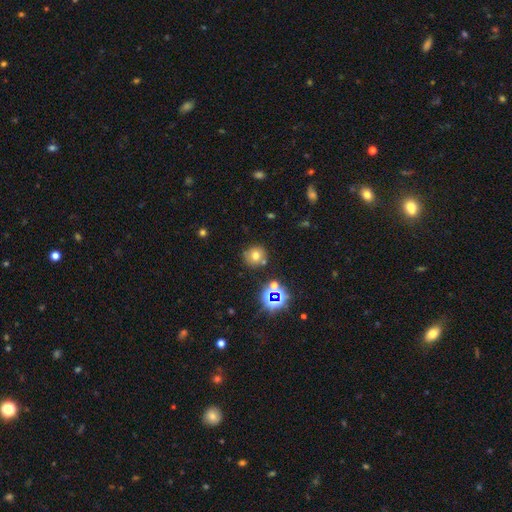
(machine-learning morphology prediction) Overall: smooth (65%). How rounded: round (90%). Merging: none (77%).